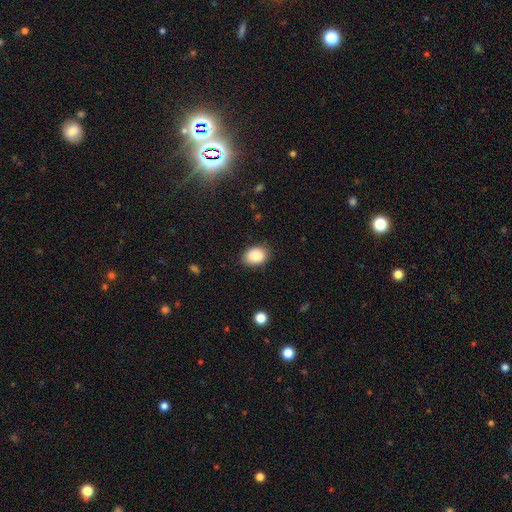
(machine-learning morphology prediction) This is clearly a smooth galaxy (88%). How rounded: likely in between (73%). Merging: clearly none (84%).